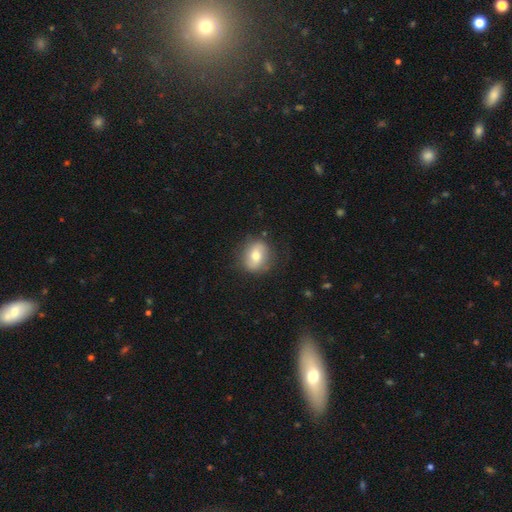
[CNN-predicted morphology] The model was most divided on "how rounded": round: 58%, in between: 40%, cigar-shaped: 2%. More confident: merging — none (79%); smooth or featured — smooth (60%).